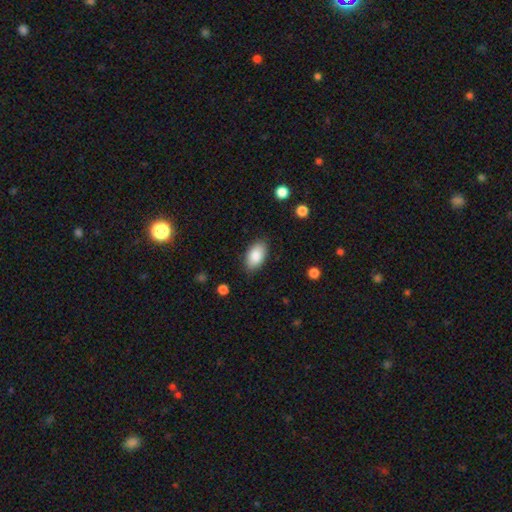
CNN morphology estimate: A smooth galaxy with no disk features (86%) that is in between round and cigar-shaped (94%).

Vote fractions:
- Smooth or featured? smooth: 86% / featured or disk: 7% / star or artifact: 7%
- How rounded? in between: 94% / round: 4% / cigar-shaped: 2%
- Merging? none: 84% / minor disturbance: 12% / major disturbance: 3% / merger: 1%